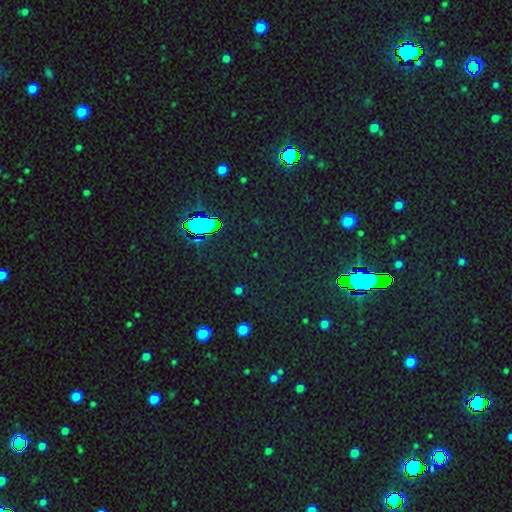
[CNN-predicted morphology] This is clearly a star or artifact rather than a galaxy (81%).